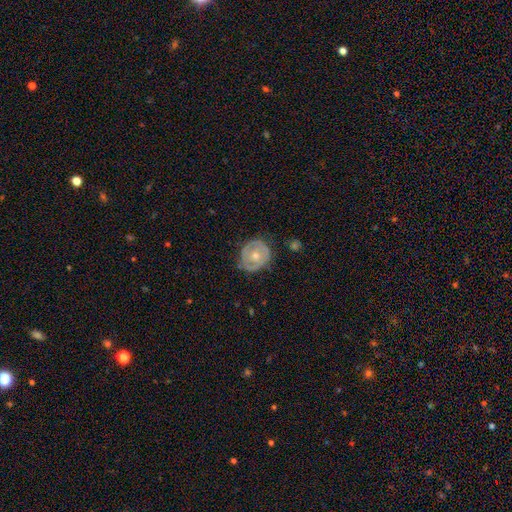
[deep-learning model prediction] Smooth or featured: featured or disk — 60% (smooth — 35%)
Edge-on disk: no — 96% (yes — 4%)
Bar: no — 82% (weak — 14%)
Spiral arms: no — 52% (yes — 48%)
Bulge size: moderate — 67% (small — 29%)
Merging: none — 70% (minor disturbance — 22%)